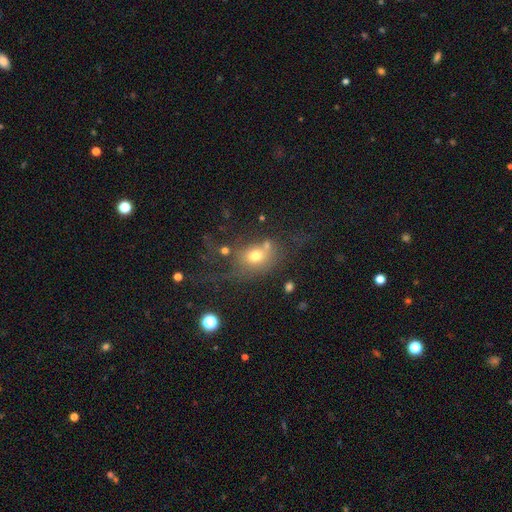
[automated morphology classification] smooth 66%, featured or disk 18%, star or artifact 15%. Down the decision tree: how rounded — round (50%); merging — none (40%).